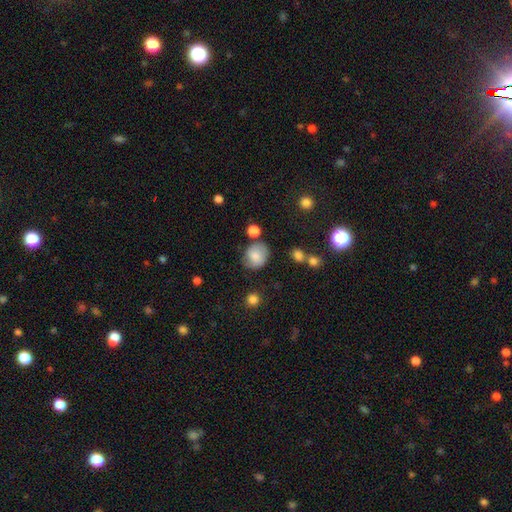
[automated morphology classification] This is likely a smooth galaxy (75%). How rounded: likely round (69%). Merging: likely none (65%).